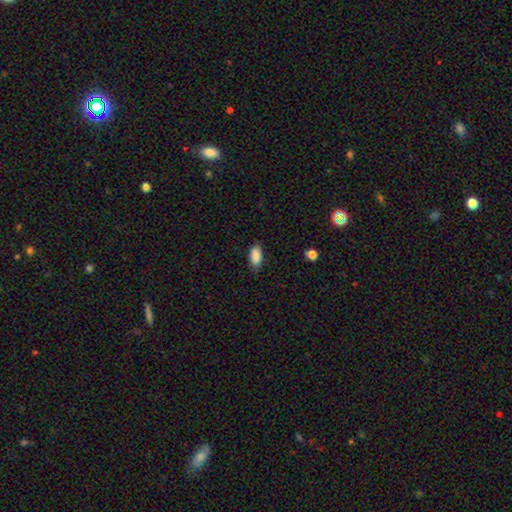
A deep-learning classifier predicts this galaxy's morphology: smooth_or_featured: smooth (p=0.88) [alt: star or artifact p=0.08]
how_rounded: in between (p=0.90) [alt: cigar-shaped p=0.06]
merging: none (p=0.77) [alt: minor disturbance p=0.19]